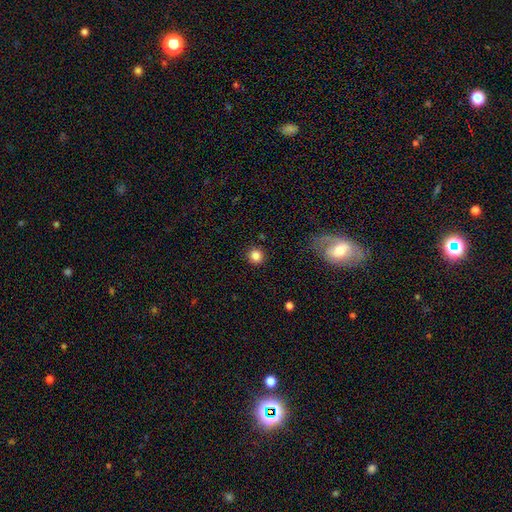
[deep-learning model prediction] Smooth or featured?
  - smooth: 84% *
  - star or artifact: 12%
  - featured or disk: 4%
How rounded?
  - round: 93% *
  - in between: 6%
  - cigar-shaped: 1%
Merging?
  - none: 91% *
  - minor disturbance: 6%
  - major disturbance: 2%
  - merger: 1%